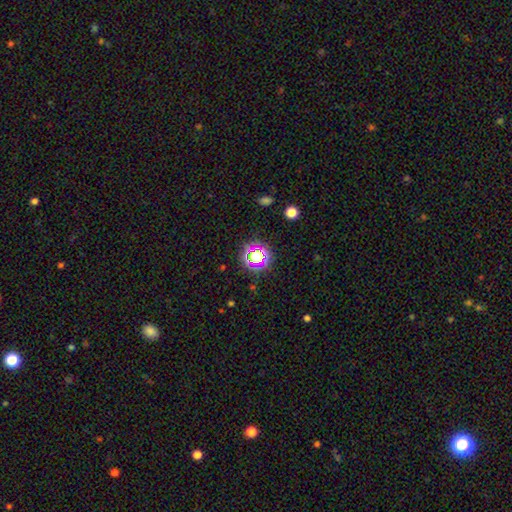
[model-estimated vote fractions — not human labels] A star or artifact, not a galaxy (62%).

Vote fractions:
- Smooth or featured? star or artifact: 62% / smooth: 28% / featured or disk: 10%